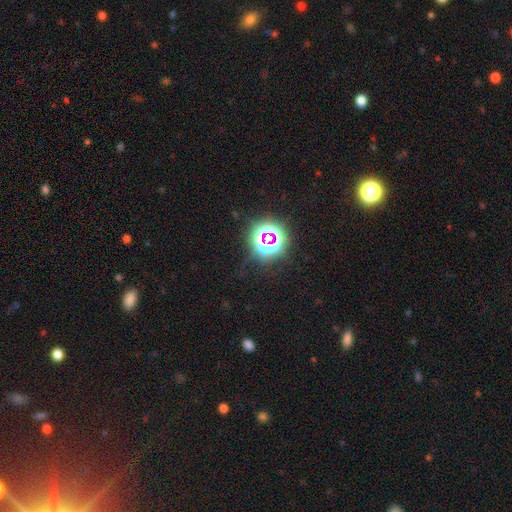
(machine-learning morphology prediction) Smooth or featured? Predicted: star or artifact (p=0.73).